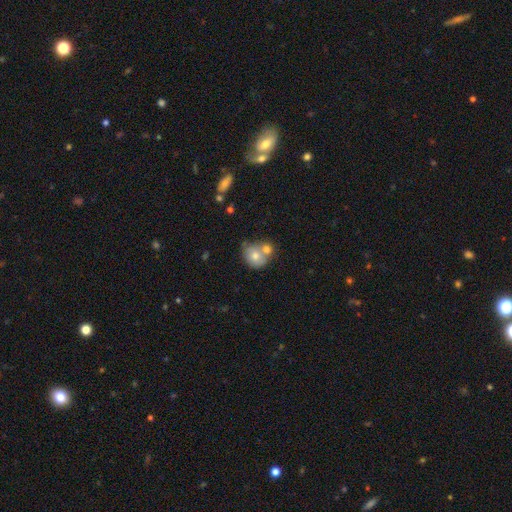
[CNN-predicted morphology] Smooth or featured: smooth — 72% (featured or disk — 20%)
How rounded: round — 70% (in between — 29%)
Merging: merger — 52% (none — 32%)